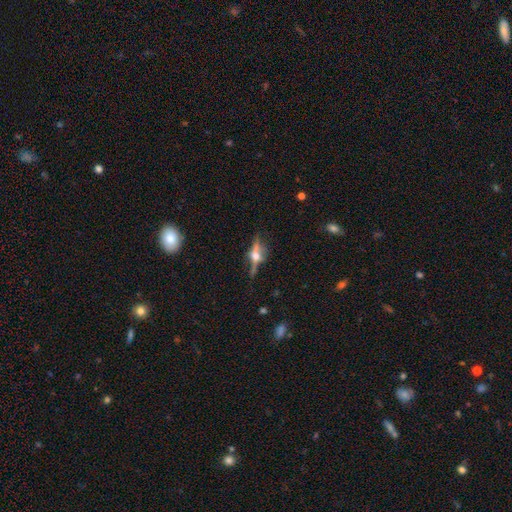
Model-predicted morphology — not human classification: smooth-or-featured: featured or disk: 66% | smooth: 21% | star or artifact: 13%
  disk-edge-on: yes: 88% | no: 12%
    edge-on-bulge: rounded: 94% | boxy: 4% | none: 2%
  merging: none: 68% | minor disturbance: 17% | major disturbance: 10% | merger: 5%